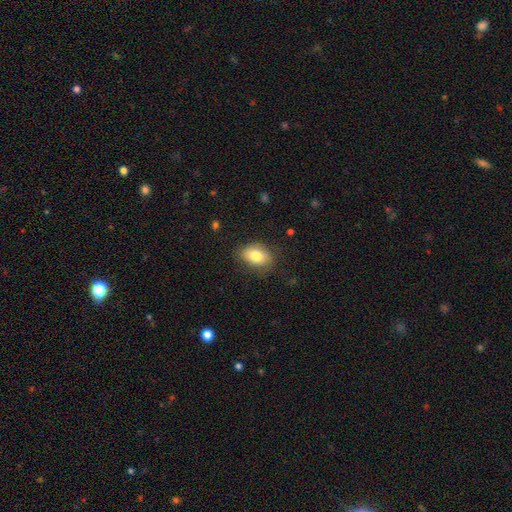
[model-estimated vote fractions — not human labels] This is clearly a smooth galaxy (81%). How rounded: clearly in between (84%). Merging: likely none (78%).